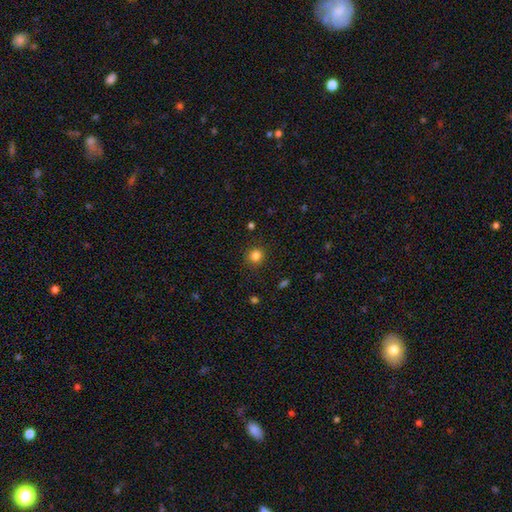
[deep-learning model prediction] smooth-or-featured: smooth: 84% | star or artifact: 12% | featured or disk: 4%
  how-rounded: round: 89% | in between: 10% | cigar-shaped: 1%
  merging: none: 89% | minor disturbance: 7% | major disturbance: 2% | merger: 1%